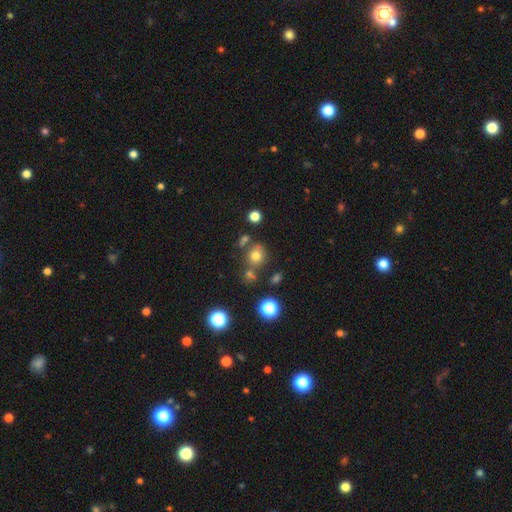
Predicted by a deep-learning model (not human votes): A smooth galaxy with no disk features (71%) that is round (78%). Merging: none (66%).